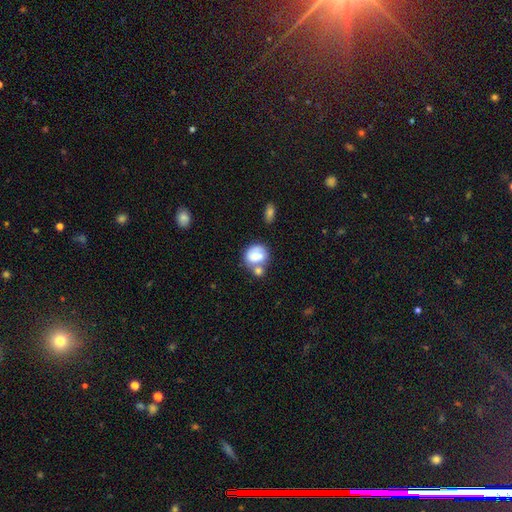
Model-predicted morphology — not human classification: This appears to be a smooth galaxy with no disk features (71%) that is round (62%). Merging: merger (42%).